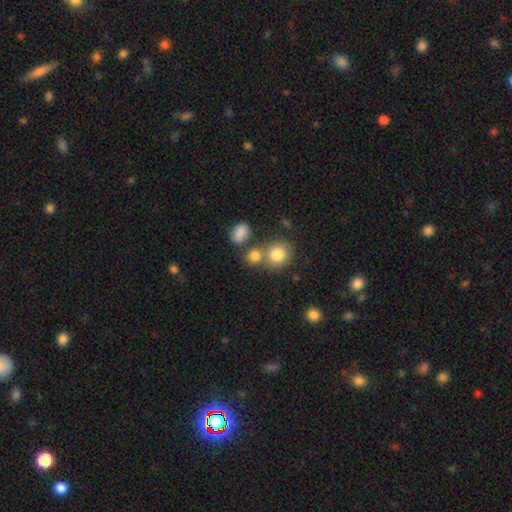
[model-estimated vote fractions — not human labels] smooth-or-featured: smooth: 79% | star or artifact: 13% | featured or disk: 8%
  how-rounded: round: 74% | in between: 25% | cigar-shaped: 1%
  merging: none: 56% | merger: 30% | minor disturbance: 10% | major disturbance: 4%